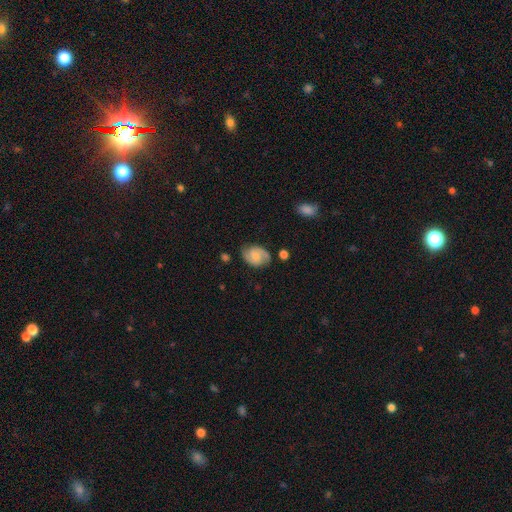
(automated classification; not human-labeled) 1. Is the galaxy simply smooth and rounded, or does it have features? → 72% featured or disk, 22% smooth, 7% star or artifact.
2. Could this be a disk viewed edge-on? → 97% no, 3% yes.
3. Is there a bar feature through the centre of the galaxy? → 54% no, 38% weak, 7% strong.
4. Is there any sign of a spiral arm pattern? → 95% yes, 5% no.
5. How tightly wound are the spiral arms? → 49% medium, 34% tight, 17% loose.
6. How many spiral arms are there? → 90% 2, 5% can't tell, 2% 1, 1% 3, 1% 4, 1% more than 4.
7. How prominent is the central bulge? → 47% small, 31% moderate, 17% none, 3% large, 1% dominant.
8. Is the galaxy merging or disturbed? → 78% none, 15% minor disturbance, 4% major disturbance, 2% merger.